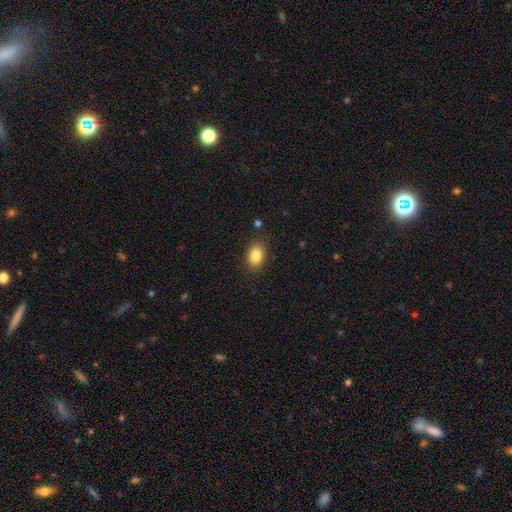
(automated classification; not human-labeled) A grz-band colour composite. It shows a smooth galaxy with no disk features (85%) that is in between round and cigar-shaped (83%). Merging: none (86%).